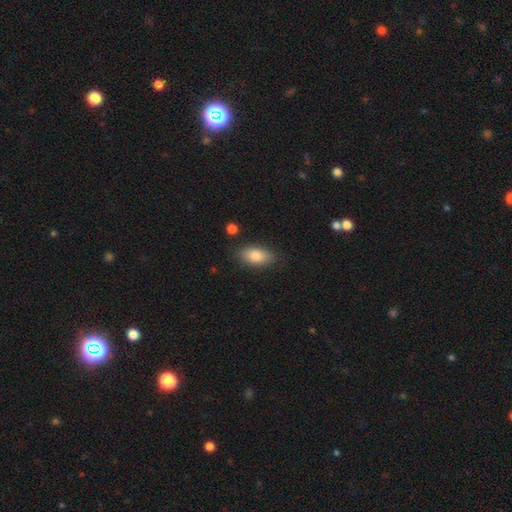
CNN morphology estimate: The model was most divided on "smooth or featured": smooth: 82%, featured or disk: 12%, star or artifact: 7%. More confident: how rounded — in between (89%); merging — none (83%).